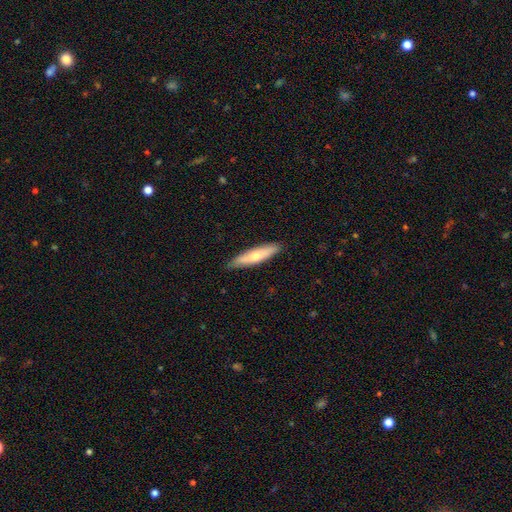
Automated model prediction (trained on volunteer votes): smooth 54%, featured or disk 40%, star or artifact 6%. Down the decision tree: how rounded — cigar-shaped (82%); merging — none (89%).